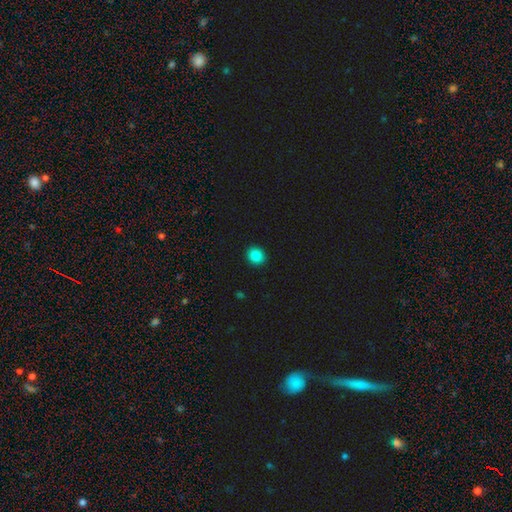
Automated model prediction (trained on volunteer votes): smooth_or_featured: smooth (p=0.86) [alt: star or artifact p=0.10]
how_rounded: round (p=0.78) [alt: in between p=0.21]
merging: none (p=0.93) [alt: minor disturbance p=0.05]